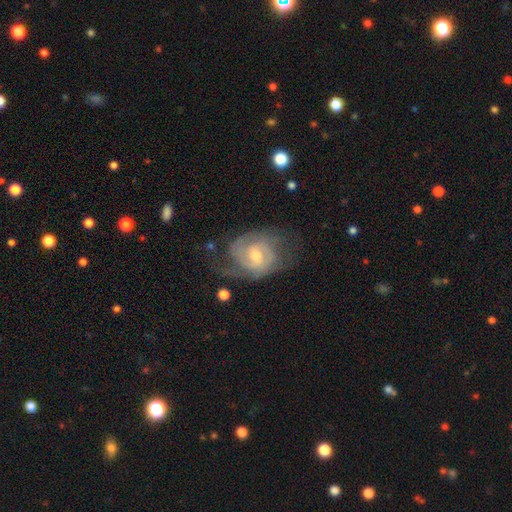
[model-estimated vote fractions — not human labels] A featured or disk galaxy (82%) with no bar (46%), 2 (47%) tight (50%) spiral arms (92%) and a moderate central bulge (49%).

Vote fractions:
- Smooth or featured? featured or disk: 82% / smooth: 12% / star or artifact: 6%
- Edge-on disk? no: 97% / yes: 3%
- Bar? no: 46% / weak: 45% / strong: 8%
- Spiral arms? yes: 92% / no: 8%
- Spiral winding? tight: 50% / medium: 38% / loose: 12%
- Spiral arm count? 2: 47% / can't tell: 28% / 3: 14% / 1: 5% / 4: 4% / more than 4: 3%
- Bulge size? moderate: 49% / small: 47% / large: 2% / none: 1% / dominant: 1%
- Merging? none: 55% / minor disturbance: 24% / major disturbance: 20% / merger: 2%